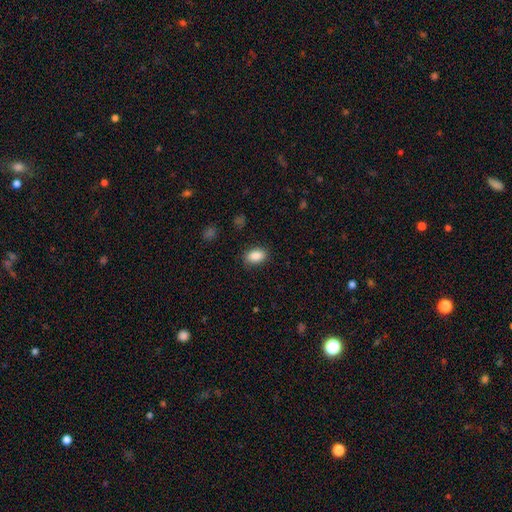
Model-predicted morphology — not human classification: Q: Smooth or featured?
A: smooth (88%); runner-up: star or artifact (8%)
Q: How rounded?
A: in between (87%); runner-up: round (11%)
Q: Merging?
A: none (85%); runner-up: minor disturbance (11%)